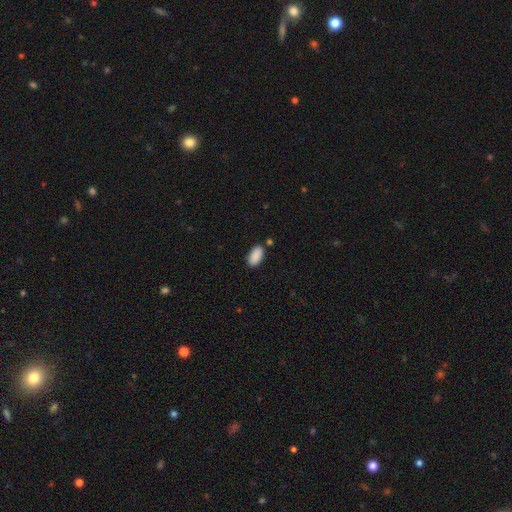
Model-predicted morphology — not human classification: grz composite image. It shows a smooth galaxy with no disk features (90%) that is in between round and cigar-shaped (93%). Merging: none (81%).